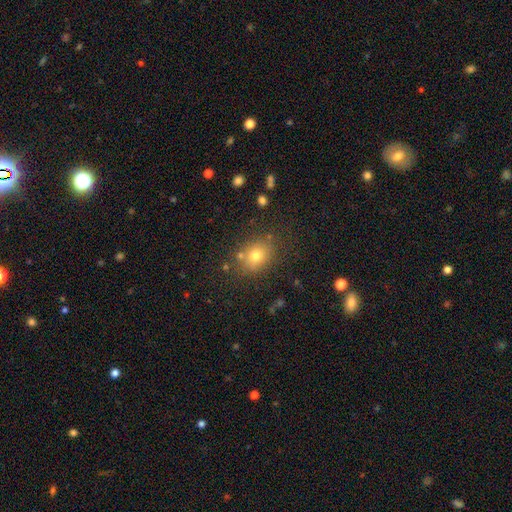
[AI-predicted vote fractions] A smooth galaxy with no disk features (73%) that is round (54%).

Vote fractions:
- Smooth or featured? smooth: 73% / star or artifact: 15% / featured or disk: 12%
- How rounded? round: 54% / in between: 45% / cigar-shaped: 1%
- Merging? none: 77% / minor disturbance: 13% / merger: 6% / major disturbance: 4%